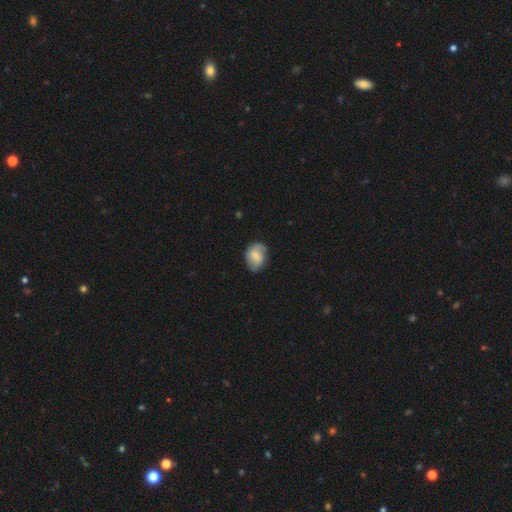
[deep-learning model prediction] Smooth or featured? smooth (48%)
Merging? none (68%)